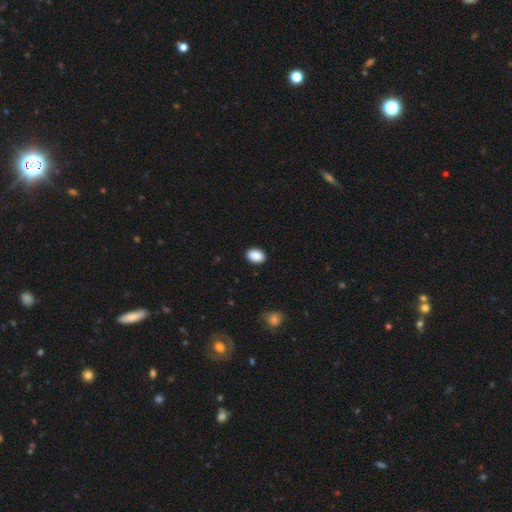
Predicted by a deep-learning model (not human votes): Smooth or featured?
  - smooth: 90% *
  - star or artifact: 7%
  - featured or disk: 3%
How rounded?
  - in between: 83% *
  - round: 16%
  - cigar-shaped: 1%
Merging?
  - none: 90% *
  - minor disturbance: 7%
  - major disturbance: 2%
  - merger: 1%